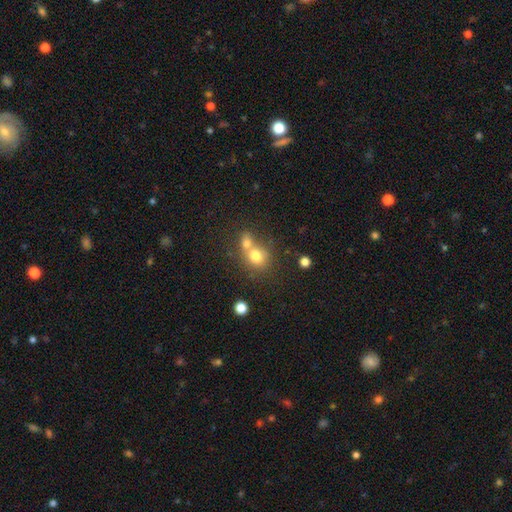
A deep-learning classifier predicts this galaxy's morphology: Smooth or featured?
  - smooth: 75% *
  - featured or disk: 13%
  - star or artifact: 12%
How rounded?
  - round: 70% *
  - in between: 29%
  - cigar-shaped: 1%
Merging?
  - merger: 54% *
  - none: 35%
  - minor disturbance: 8%
  - major disturbance: 4%